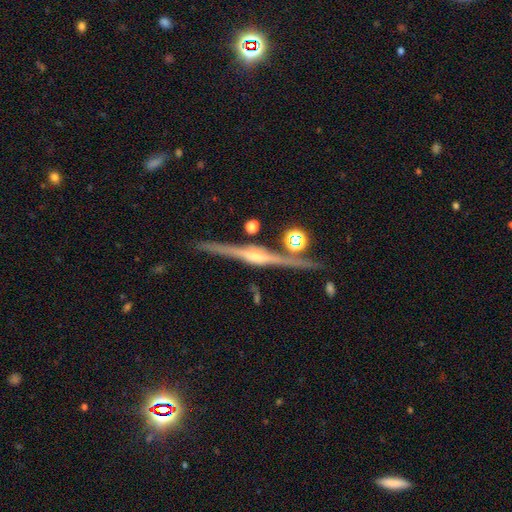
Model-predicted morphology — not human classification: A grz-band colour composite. It shows a featured or disk galaxy (87%) viewed edge-on (98%) with a rounded central bulge (85%). Merging: none (87%).